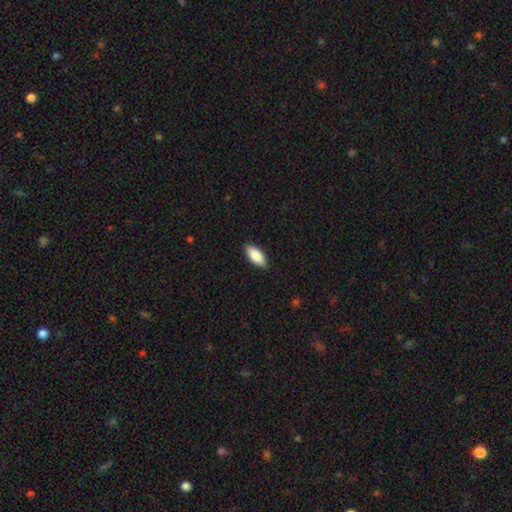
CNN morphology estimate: Smooth or featured?
  - smooth: 84% *
  - featured or disk: 10%
  - star or artifact: 6%
How rounded?
  - in between: 86% *
  - cigar-shaped: 12%
  - round: 2%
Merging?
  - none: 86% *
  - minor disturbance: 11%
  - major disturbance: 2%
  - merger: 1%